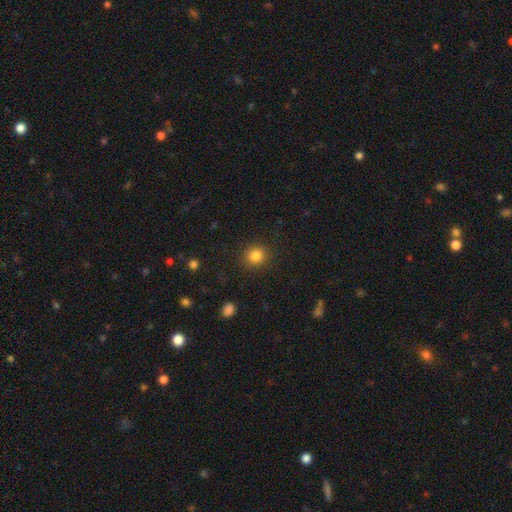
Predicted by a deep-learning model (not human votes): Smooth or featured? Predicted: smooth (p=0.84). How rounded? Predicted: round (p=0.88). Merging? Predicted: none (p=0.90).